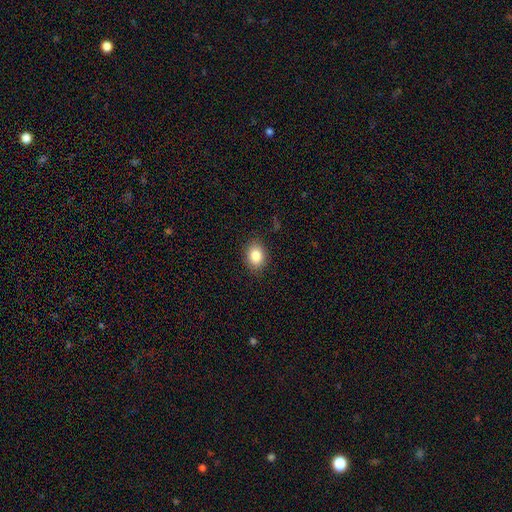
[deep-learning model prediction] smooth-or-featured: smooth: 85% | star or artifact: 9% | featured or disk: 6%
  how-rounded: in between: 62% | round: 37% | cigar-shaped: 1%
  merging: none: 87% | minor disturbance: 10% | major disturbance: 3% | merger: 1%